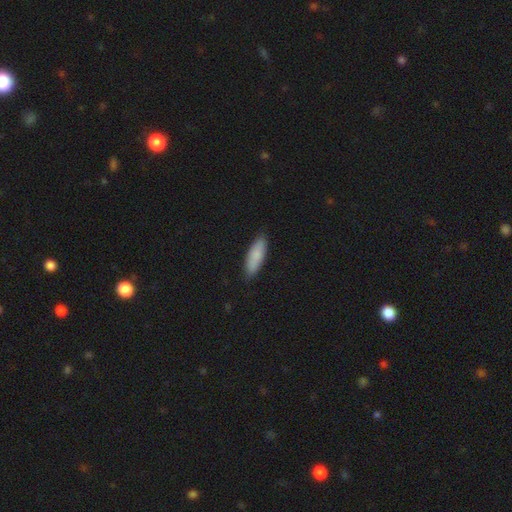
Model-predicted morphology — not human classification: Smooth or featured?
  - smooth: 85% *
  - featured or disk: 9%
  - star or artifact: 5%
How rounded?
  - in between: 56% *
  - cigar-shaped: 43%
  - round: 2%
Merging?
  - none: 86% *
  - minor disturbance: 11%
  - major disturbance: 2%
  - merger: 1%